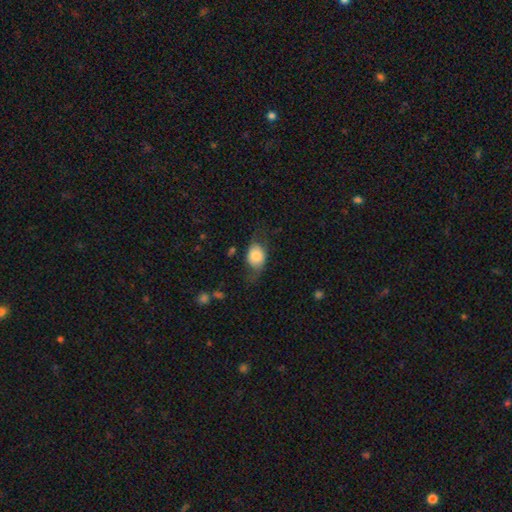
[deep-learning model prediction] Smooth or featured? Predicted: smooth (p=0.71). How rounded? Predicted: in between (p=0.68). Merging? Predicted: none (p=0.53).